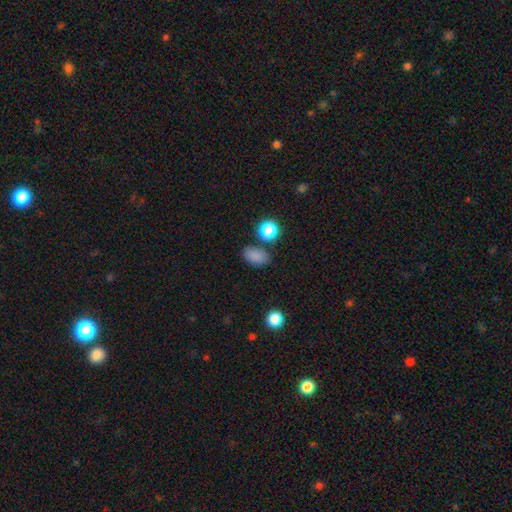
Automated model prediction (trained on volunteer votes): smooth-or-featured: smooth: 82% | star or artifact: 13% | featured or disk: 5%
  how-rounded: in between: 83% | round: 15% | cigar-shaped: 2%
  merging: none: 76% | minor disturbance: 14% | merger: 6% | major disturbance: 4%